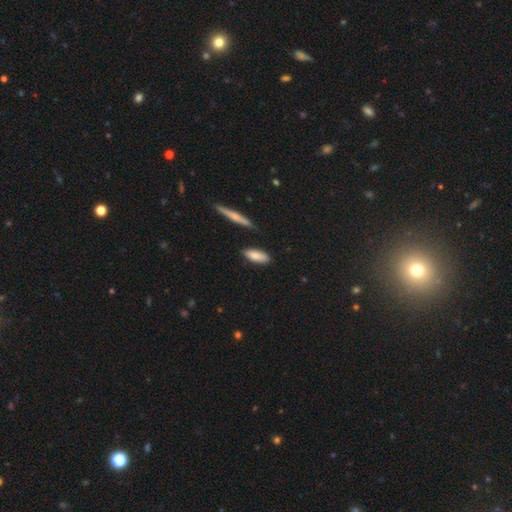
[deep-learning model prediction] This appears to be a smooth galaxy with no disk features (83%) that is in between round and cigar-shaped (71%). Merging: none (81%).